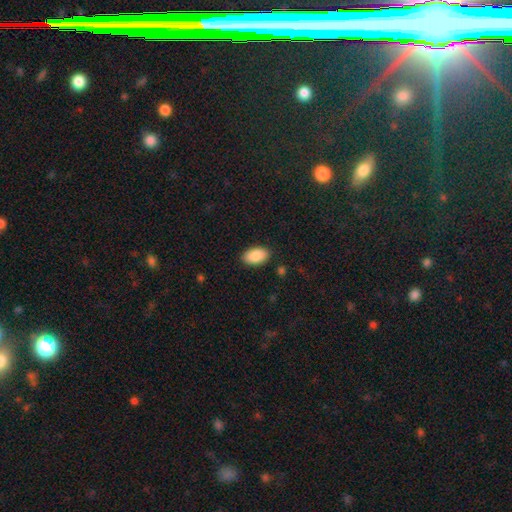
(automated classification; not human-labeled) Smooth or featured: smooth — 89% (star or artifact — 6%)
How rounded: in between — 94% (round — 4%)
Merging: none — 88% (minor disturbance — 8%)